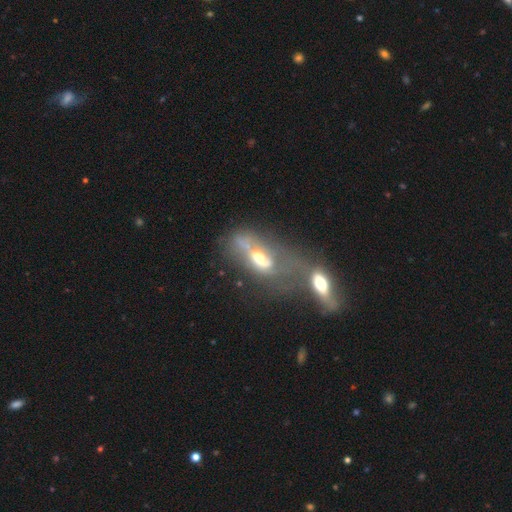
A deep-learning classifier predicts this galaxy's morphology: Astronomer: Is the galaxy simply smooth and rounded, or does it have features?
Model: featured or disk — 47% (runner-up: smooth, 32%).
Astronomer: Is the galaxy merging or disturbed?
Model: merger — 67%.